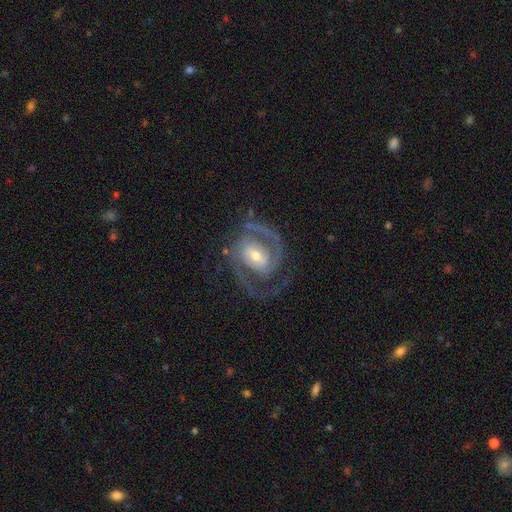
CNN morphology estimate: Smooth or featured: featured or disk — 91% (smooth — 5%)
Edge-on disk: no — 98% (yes — 2%)
Bar: weak — 44% (no — 34%)
Spiral arms: yes — 97% (no — 3%)
Spiral winding: medium — 48% (tight — 41%)
Spiral arm count: 2 — 81% (3 — 6%)
Bulge size: moderate — 54% (small — 39%)
Merging: none — 70% (minor disturbance — 16%)